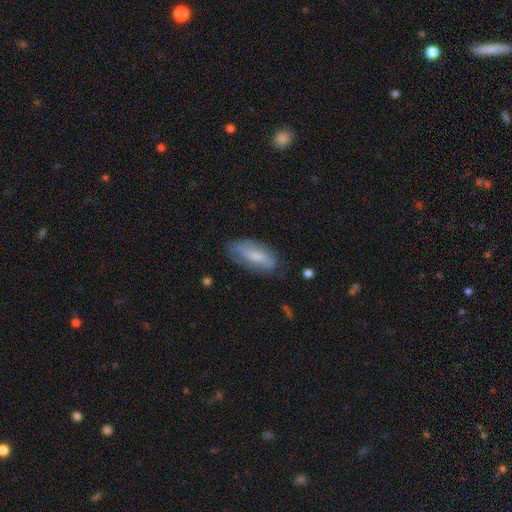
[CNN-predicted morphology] smooth 65%, featured or disk 28%, star or artifact 7%. Down the decision tree: how rounded — in between (77%); merging — none (69%).